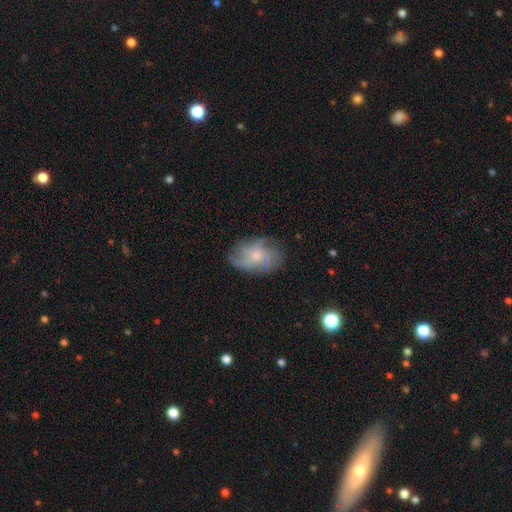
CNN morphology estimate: Smooth or featured: featured or disk — 60% (smooth — 32%)
Edge-on disk: no — 96% (yes — 4%)
Bar: no — 77% (weak — 20%)
Spiral arms: yes — 82% (no — 18%)
Bulge size: moderate — 49% (small — 41%)
Merging: none — 69% (minor disturbance — 21%)